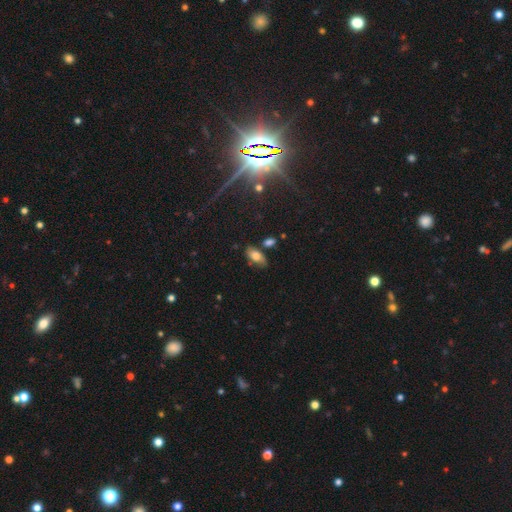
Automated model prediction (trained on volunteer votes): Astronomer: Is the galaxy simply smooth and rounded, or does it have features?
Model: smooth — 69%.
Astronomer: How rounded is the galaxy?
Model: in between — 90%.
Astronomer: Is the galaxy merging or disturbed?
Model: none — 63%.